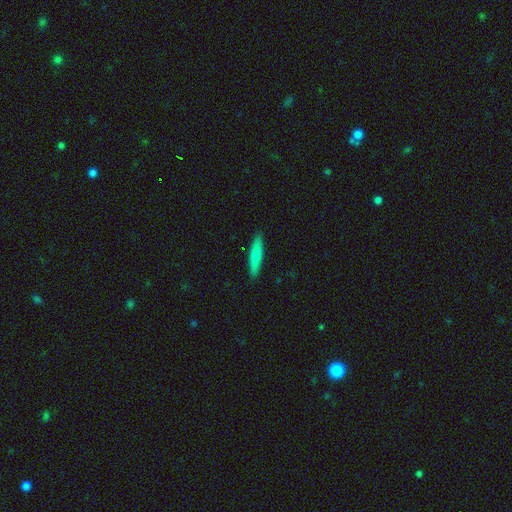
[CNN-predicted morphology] This is likely a smooth galaxy (74%). How rounded: clearly cigar-shaped (83%). Merging: clearly none (91%).